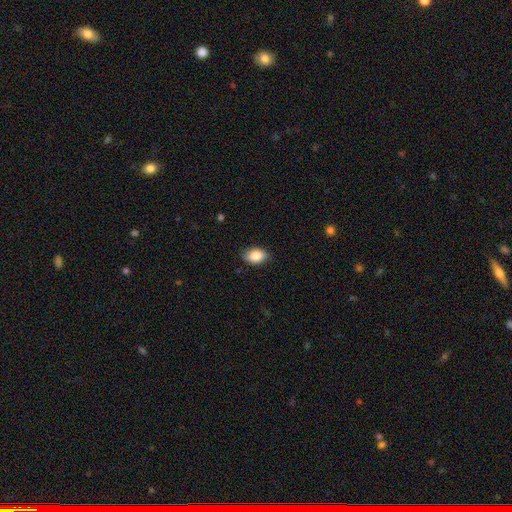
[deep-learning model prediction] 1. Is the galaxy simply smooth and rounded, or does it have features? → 86% smooth, 7% star or artifact, 7% featured or disk.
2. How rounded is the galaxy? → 87% in between, 12% round, 1% cigar-shaped.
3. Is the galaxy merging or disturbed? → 86% none, 11% minor disturbance, 2% major disturbance, 1% merger.